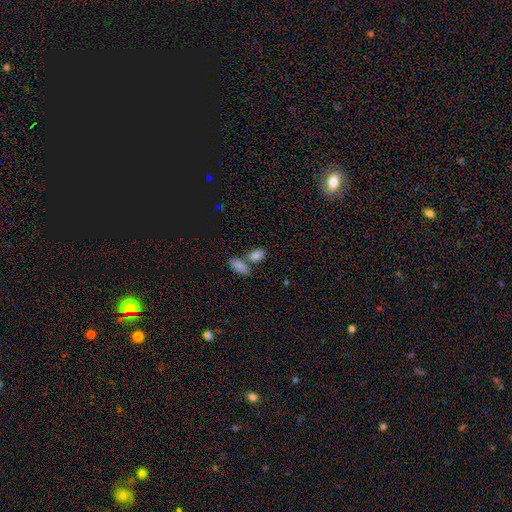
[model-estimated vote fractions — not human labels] Q: Smooth or featured?
A: smooth (82%); runner-up: star or artifact (9%)
Q: How rounded?
A: in between (88%); runner-up: round (8%)
Q: Merging?
A: none (48%); runner-up: merger (39%)